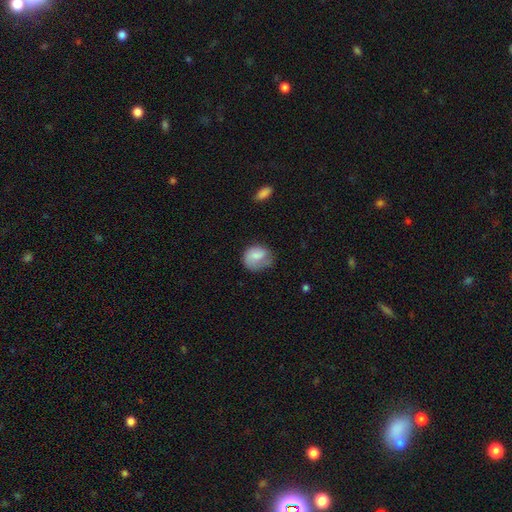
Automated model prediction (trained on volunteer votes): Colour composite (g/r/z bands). It shows a smooth galaxy with no disk features (69%) that is round (59%). Merging: none (48%).